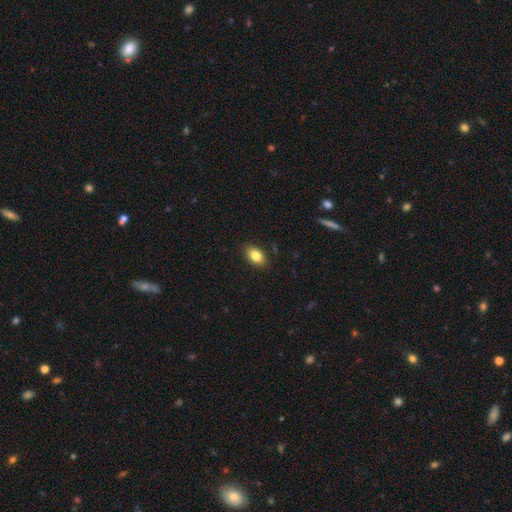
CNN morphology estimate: type=smooth (84%); roundness=in between (86%); merging=none (87%).